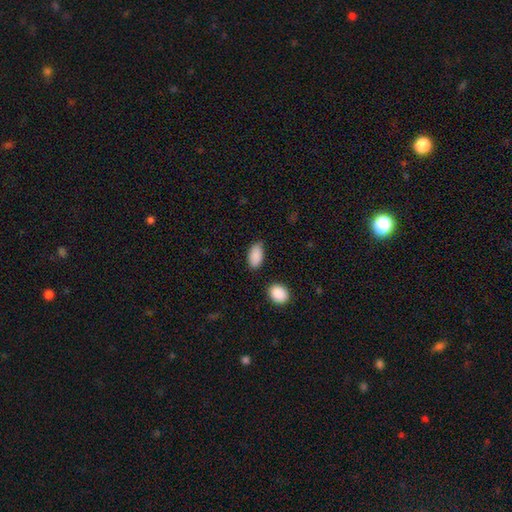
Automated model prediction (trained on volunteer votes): Morphology: type=smooth (89%); roundness=in between (93%); merging=none (75%).